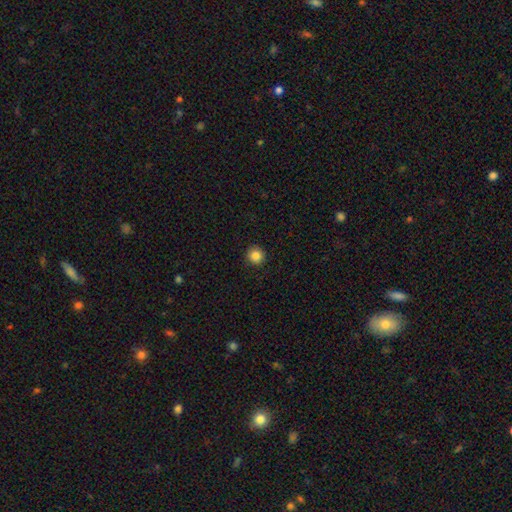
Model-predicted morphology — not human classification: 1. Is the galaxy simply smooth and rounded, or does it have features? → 85% smooth, 11% star or artifact, 5% featured or disk.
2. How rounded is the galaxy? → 94% round, 5% in between, 1% cigar-shaped.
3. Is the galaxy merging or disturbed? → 92% none, 5% minor disturbance, 2% major disturbance, 1% merger.